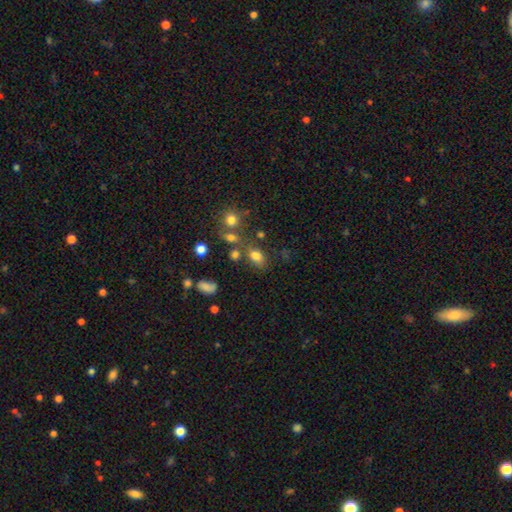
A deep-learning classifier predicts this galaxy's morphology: A smooth galaxy with no disk features (77%) that is in between round and cigar-shaped (77%). Merging: none (58%).